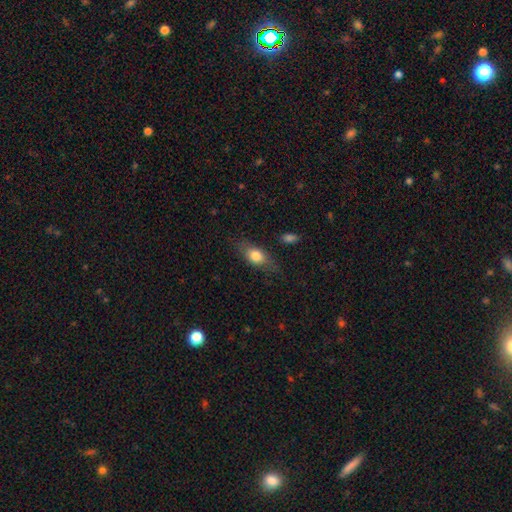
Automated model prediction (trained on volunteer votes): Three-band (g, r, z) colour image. It shows a smooth galaxy with no disk features (72%) that is in between round and cigar-shaped (73%). Merging: none (72%).